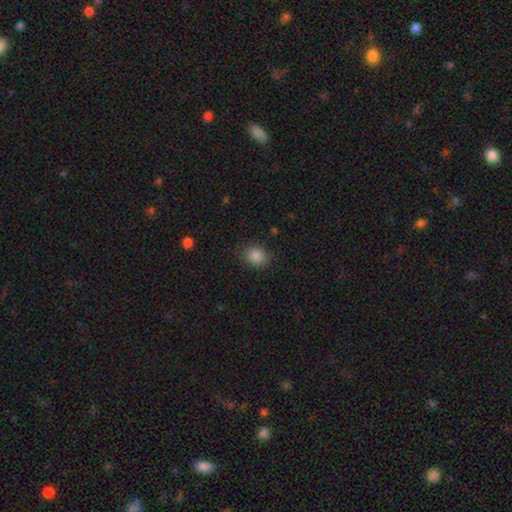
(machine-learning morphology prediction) smooth-or-featured: smooth: 86% | star or artifact: 10% | featured or disk: 4%
  how-rounded: round: 53% | in between: 46% | cigar-shaped: 1%
  merging: none: 84% | minor disturbance: 12% | major disturbance: 3% | merger: 1%